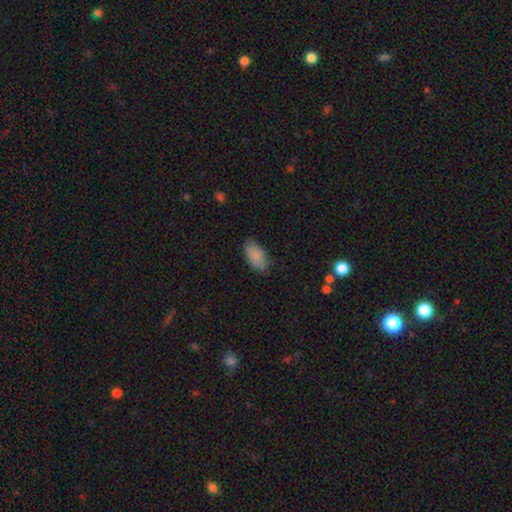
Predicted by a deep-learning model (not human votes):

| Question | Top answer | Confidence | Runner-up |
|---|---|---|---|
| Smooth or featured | smooth | 86% | featured or disk (8%) |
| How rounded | in between | 94% | cigar-shaped (3%) |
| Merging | none | 80% | minor disturbance (16%) |